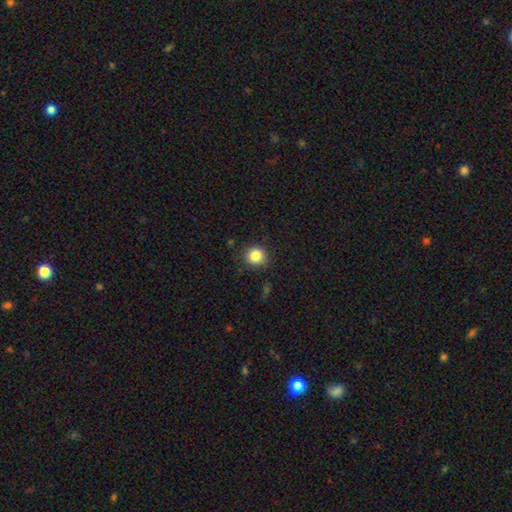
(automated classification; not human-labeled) A smooth galaxy with no disk features (84%) that is round (88%). Merging: none (87%).